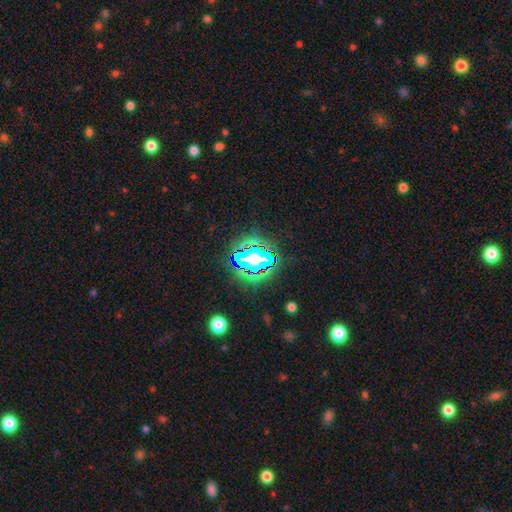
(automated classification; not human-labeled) The model was most divided on "smooth or featured": star or artifact: 72%, smooth: 16%, featured or disk: 12%.